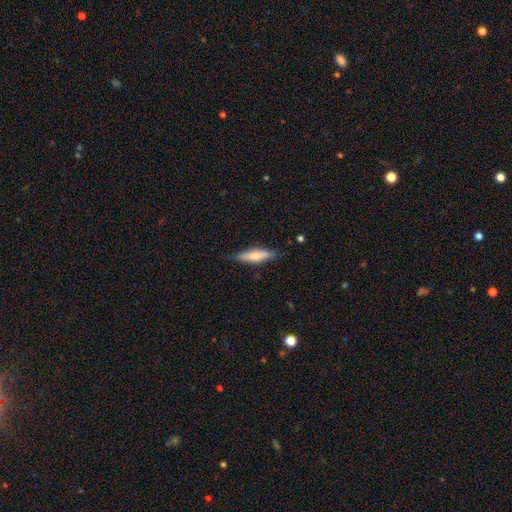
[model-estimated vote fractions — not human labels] A smooth galaxy with no disk features (66%) that is cigar-shaped (72%).

Vote fractions:
- Smooth or featured? smooth: 66% / featured or disk: 28% / star or artifact: 6%
- How rounded? cigar-shaped: 72% / in between: 27% / round: 2%
- Merging? none: 82% / minor disturbance: 15% / major disturbance: 3% / merger: 1%